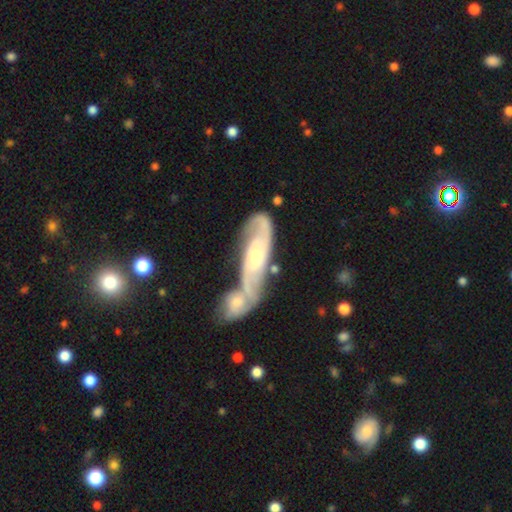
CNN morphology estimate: smooth-or-featured: featured or disk: 79% | smooth: 15% | star or artifact: 6%
  disk-edge-on: no: 87% | yes: 13%
    bar: no: 60% | weak: 30% | strong: 10%
    has-spiral-arms: yes: 93% | no: 7%
      spiral-winding: tight: 44% | medium: 41% | loose: 16%
      spiral-arm-count: 2: 67% | can't tell: 20% | 3: 5% | 1: 4% | 4: 2% | more than 4: 2%
    bulge-size: small: 55% | moderate: 40% | large: 2% | none: 2% | dominant: 1%
  merging: merger: 48% | none: 33% | minor disturbance: 12% | major disturbance: 7%